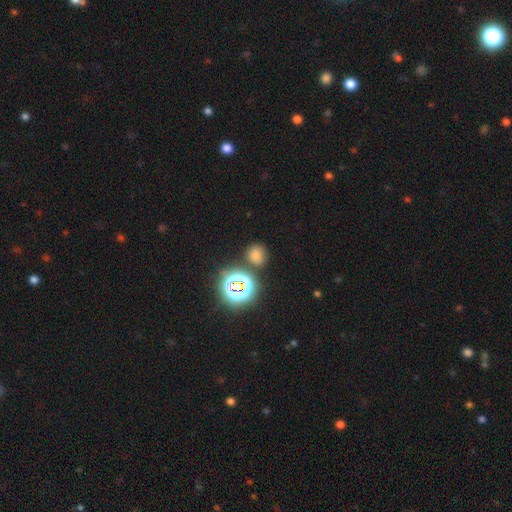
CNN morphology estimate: Q: Smooth or featured?
A: smooth (64%); runner-up: star or artifact (30%)
Q: How rounded?
A: round (75%); runner-up: in between (24%)
Q: Merging?
A: none (73%); runner-up: minor disturbance (13%)